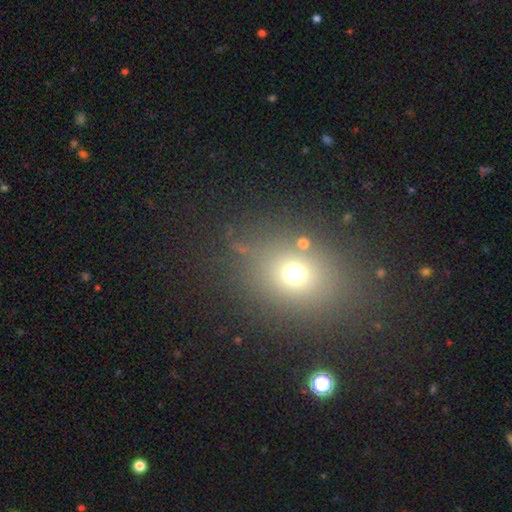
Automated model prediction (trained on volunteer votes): The model was most divided on "how rounded": round: 52%, in between: 46%, cigar-shaped: 2%. More confident: merging — none (82%); smooth or featured — smooth (59%).